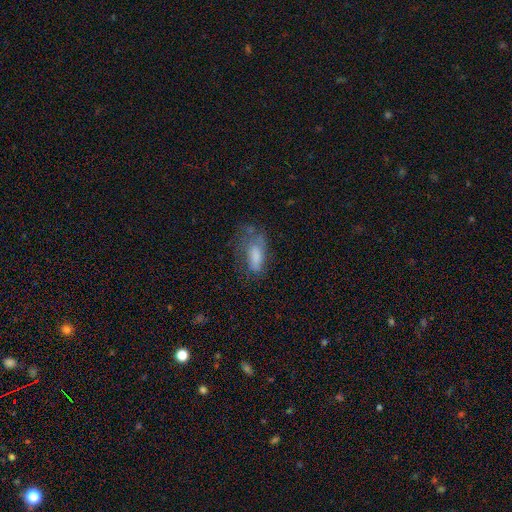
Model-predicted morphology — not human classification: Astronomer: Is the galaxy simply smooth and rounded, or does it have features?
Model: smooth — 61%.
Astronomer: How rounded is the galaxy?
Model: in between — 82%.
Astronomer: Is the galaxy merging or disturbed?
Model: none — 40% (runner-up: major disturbance, 29%).